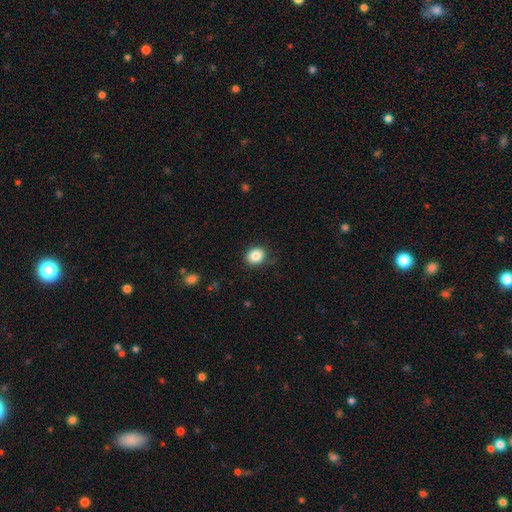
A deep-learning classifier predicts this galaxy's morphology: A smooth galaxy with no disk features (85%) that is round (65%). Merging: none (82%).